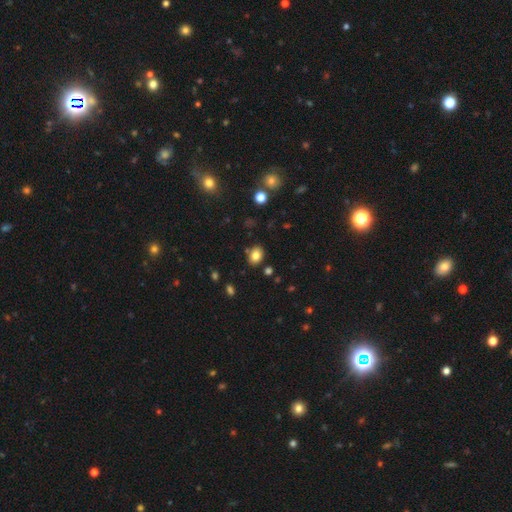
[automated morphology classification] smooth 81%, star or artifact 11%, featured or disk 8%. Down the decision tree: how rounded — in between (61%); merging — none (83%).